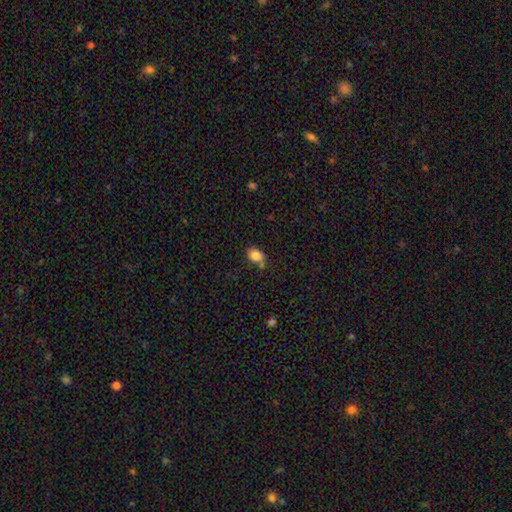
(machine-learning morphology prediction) Smooth or featured? Predicted: smooth (p=0.85). How rounded? Predicted: in between (p=0.76). Merging? Predicted: none (p=0.62).